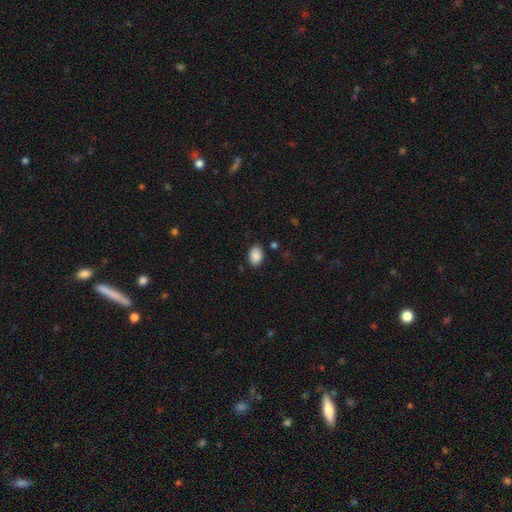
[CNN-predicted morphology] Smooth or featured? Predicted: smooth (p=0.89). How rounded? Predicted: in between (p=0.81). Merging? Predicted: none (p=0.84).